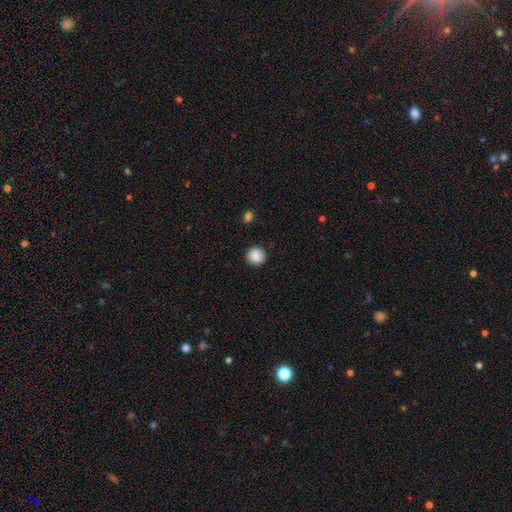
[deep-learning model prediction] This appears to be a smooth galaxy with no disk features (88%) that is round (92%). Merging: none (90%).